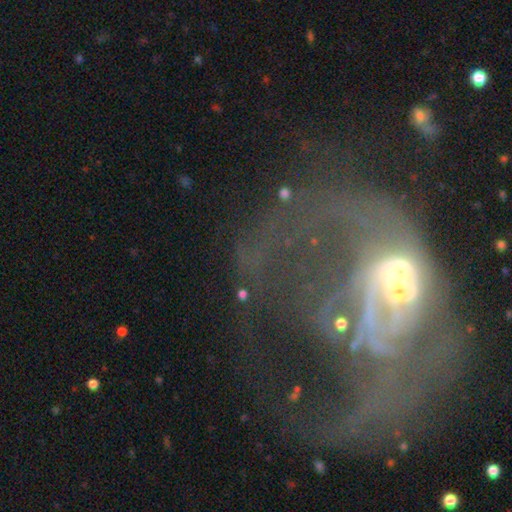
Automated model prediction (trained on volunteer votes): This is likely a featured or disk galaxy (72%). It is clearly not viewed edge-on (96%). Bar: likely no (64%). Spiral arm pattern: possibly yes (55%). Central bulge: marginally moderate (43%). Merging: possibly major disturbance (46%).